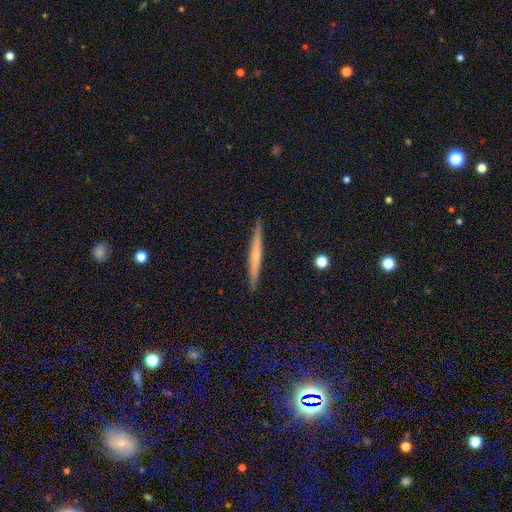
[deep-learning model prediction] This appears to be a featured or disk galaxy (55%) viewed edge-on (97%) with no central bulge (55%). Merging: none (91%).